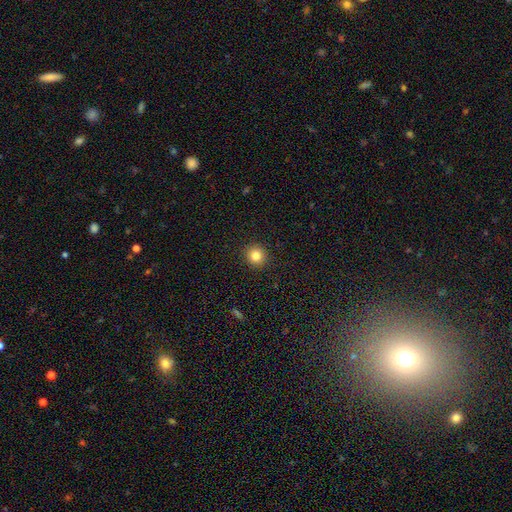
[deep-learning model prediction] Smooth or featured? smooth (84%)
How rounded? round (92%)
Merging? none (92%)